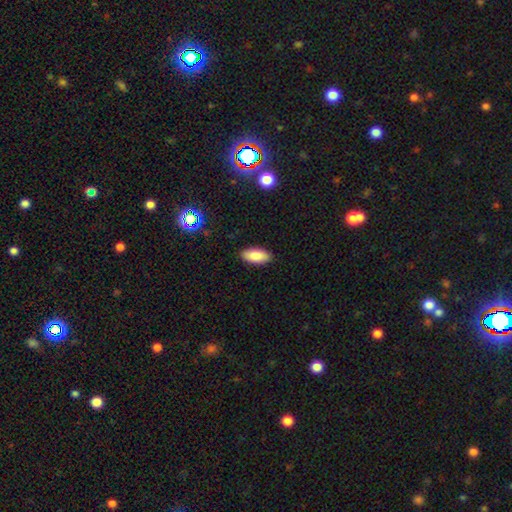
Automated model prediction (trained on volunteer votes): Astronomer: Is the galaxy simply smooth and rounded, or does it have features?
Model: smooth — 85%.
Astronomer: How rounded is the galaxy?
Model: in between — 87%.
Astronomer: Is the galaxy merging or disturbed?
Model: none — 88%.